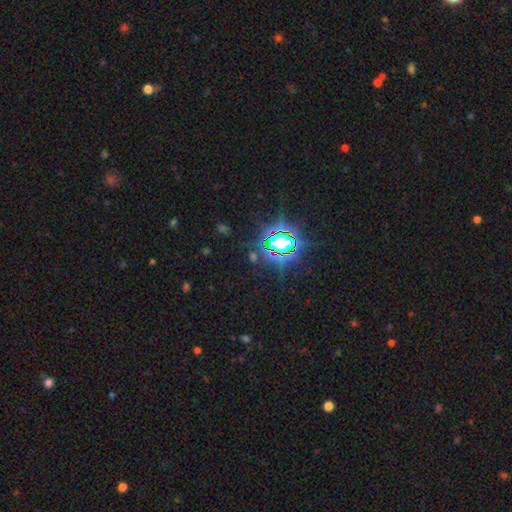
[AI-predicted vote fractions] smooth_or_featured: star or artifact (p=0.79) [alt: smooth p=0.13]